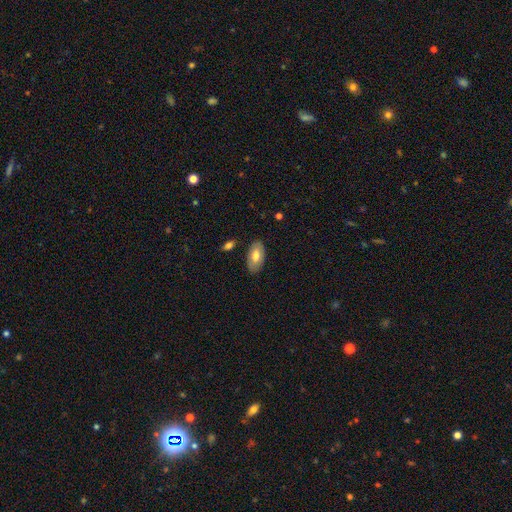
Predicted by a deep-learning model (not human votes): Smooth or featured? smooth (74%)
How rounded? in between (94%)
Merging? none (85%)